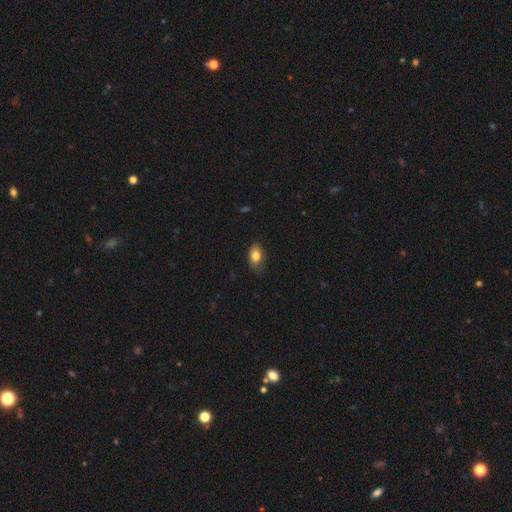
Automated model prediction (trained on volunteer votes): smooth-or-featured: smooth: 81% | featured or disk: 11% | star or artifact: 8%
  how-rounded: in between: 86% | round: 12% | cigar-shaped: 2%
  merging: none: 66% | minor disturbance: 26% | major disturbance: 6% | merger: 1%